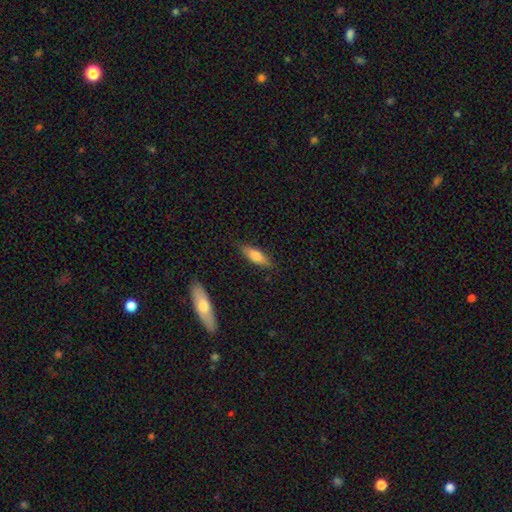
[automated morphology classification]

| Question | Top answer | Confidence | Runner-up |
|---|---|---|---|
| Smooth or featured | smooth | 70% | featured or disk (24%) |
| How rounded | in between | 52% | cigar-shaped (46%) |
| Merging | none | 83% | minor disturbance (12%) |